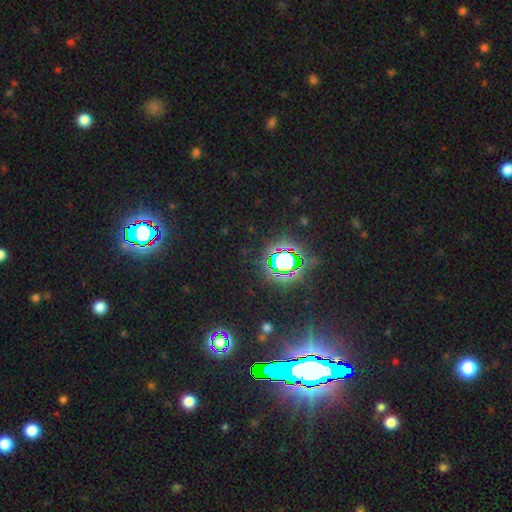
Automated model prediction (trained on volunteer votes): Overall: star or artifact (83%).